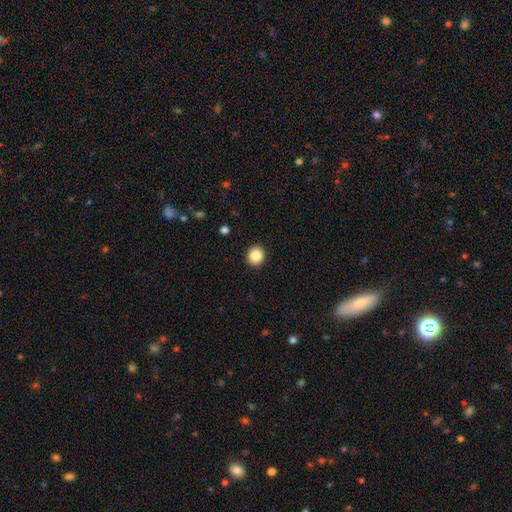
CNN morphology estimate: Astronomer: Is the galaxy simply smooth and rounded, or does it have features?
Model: smooth — 86%.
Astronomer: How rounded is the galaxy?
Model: round — 85%.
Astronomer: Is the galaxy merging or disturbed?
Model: none — 93%.